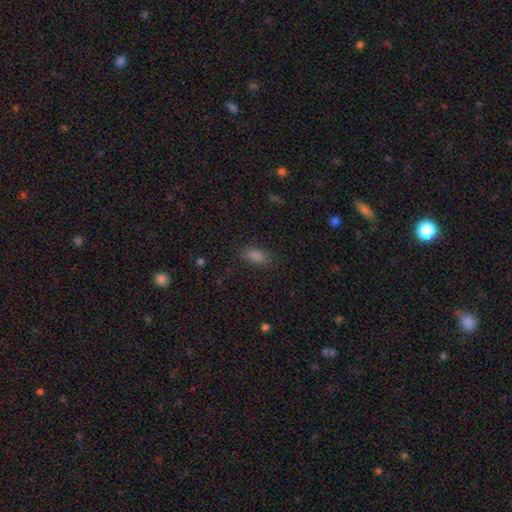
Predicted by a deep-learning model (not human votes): smooth_or_featured: smooth (p=0.80) [alt: star or artifact p=0.15]
how_rounded: in between (p=0.87) [alt: cigar-shaped p=0.07]
merging: none (p=0.86) [alt: minor disturbance p=0.10]